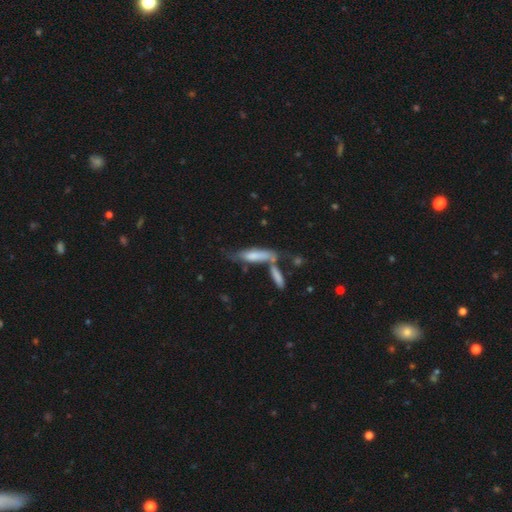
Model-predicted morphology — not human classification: Overall: smooth (65%; featured or disk 28%). How rounded: cigar-shaped (66%; in between 32%). Merging: none (45%; merger 28%).